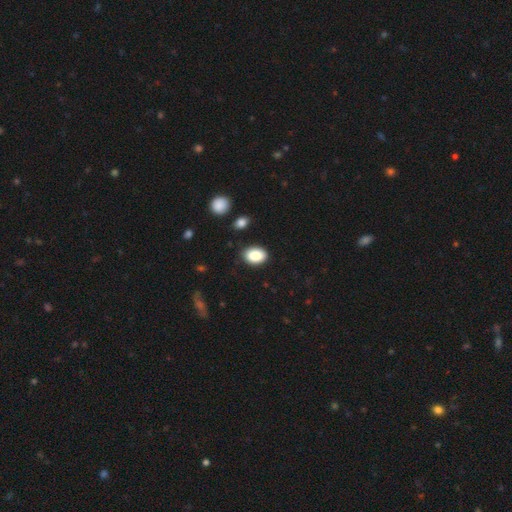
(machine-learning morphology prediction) A smooth galaxy with no disk features (88%) that is in between round and cigar-shaped (80%).

Vote fractions:
- Smooth or featured? smooth: 88% / star or artifact: 8% / featured or disk: 5%
- How rounded? in between: 80% / round: 19% / cigar-shaped: 1%
- Merging? none: 85% / minor disturbance: 10% / major disturbance: 3% / merger: 2%